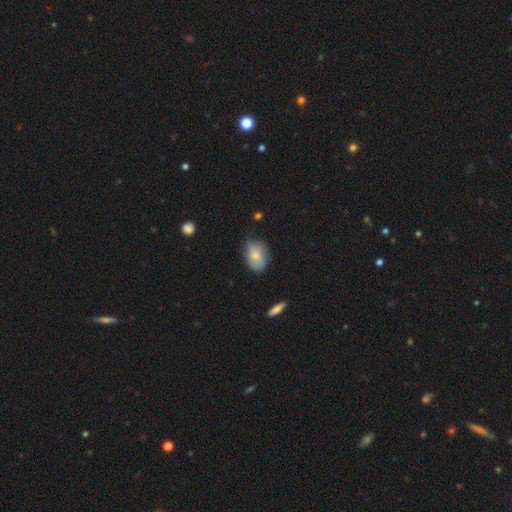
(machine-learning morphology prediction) smooth-or-featured: smooth: 77% | featured or disk: 16% | star or artifact: 7%
  how-rounded: in between: 82% | round: 17% | cigar-shaped: 1%
  merging: none: 61% | minor disturbance: 31% | major disturbance: 6% | merger: 2%